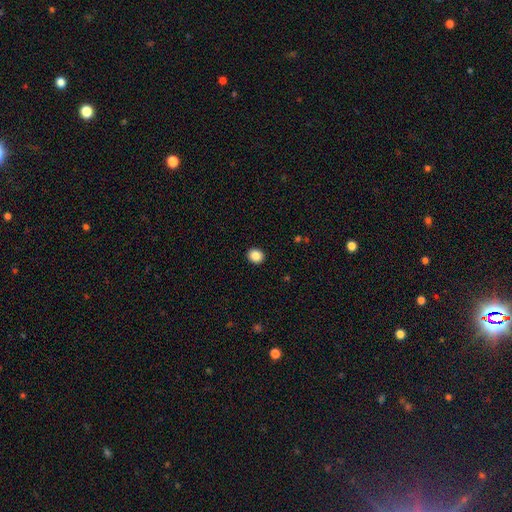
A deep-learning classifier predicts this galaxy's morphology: type=smooth (87%); roundness=round (75%); merging=none (92%).